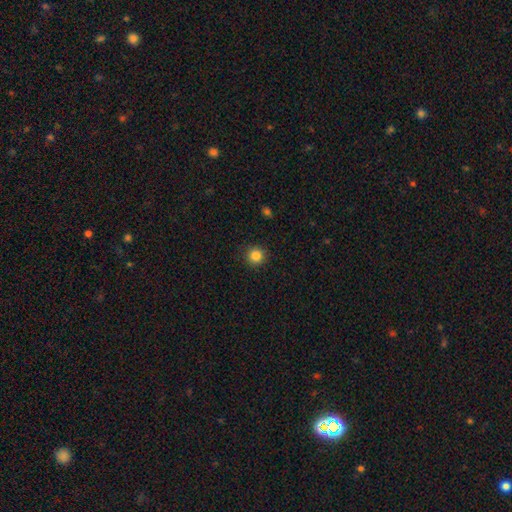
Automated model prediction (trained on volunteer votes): Smooth or featured?
  - smooth: 85% *
  - star or artifact: 11%
  - featured or disk: 4%
How rounded?
  - round: 95% *
  - in between: 4%
  - cigar-shaped: 1%
Merging?
  - none: 91% *
  - minor disturbance: 6%
  - major disturbance: 2%
  - merger: 1%